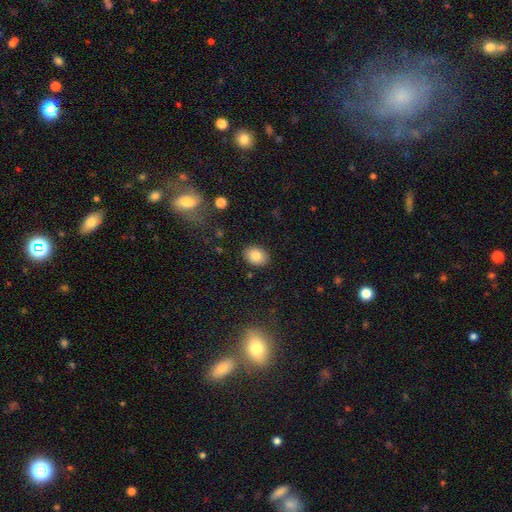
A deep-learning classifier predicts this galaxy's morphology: smooth-or-featured: smooth: 84% | star or artifact: 8% | featured or disk: 8%
  how-rounded: in between: 72% | round: 27% | cigar-shaped: 1%
  merging: none: 88% | minor disturbance: 8% | major disturbance: 2% | merger: 1%